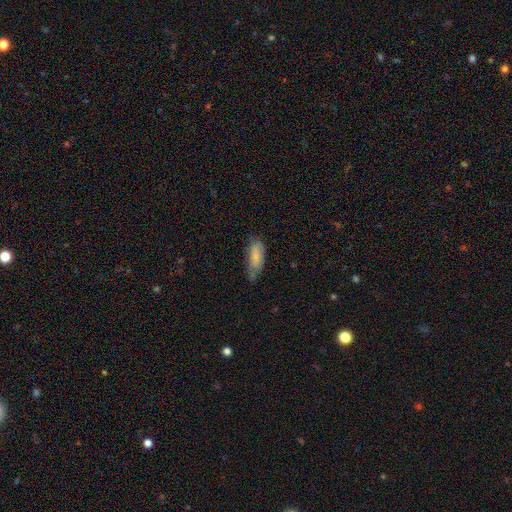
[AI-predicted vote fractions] This appears to be a smooth galaxy with no disk features (79%) that is in between round and cigar-shaped (76%). Merging: none (52%).